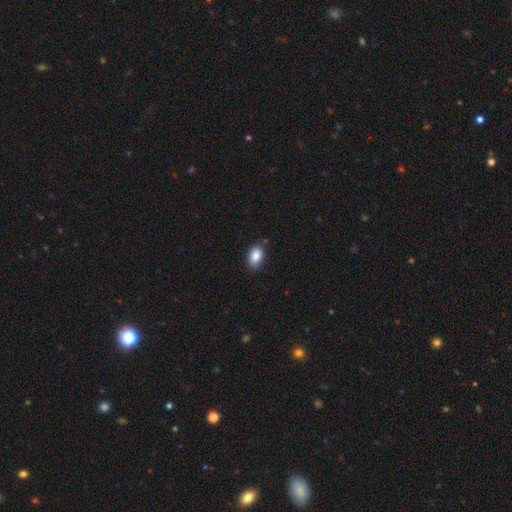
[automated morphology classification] Overall: smooth (86%). How rounded: in between (84%). Merging: none (78%).